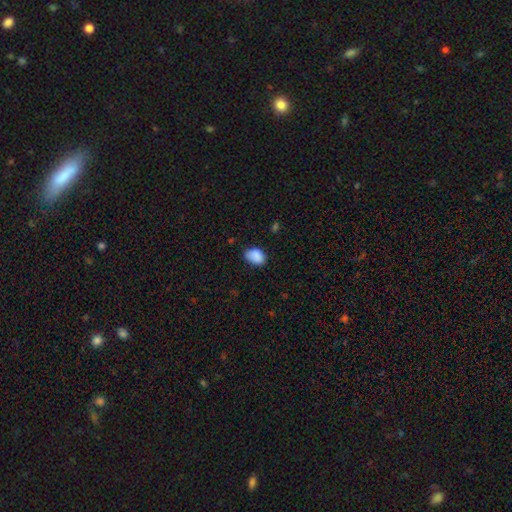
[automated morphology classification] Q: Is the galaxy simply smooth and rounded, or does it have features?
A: smooth — 89%.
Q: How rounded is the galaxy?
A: in between — 83%.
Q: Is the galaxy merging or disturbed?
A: none — 73%.